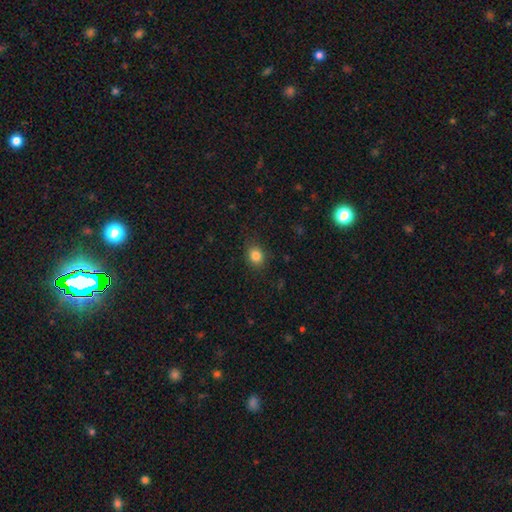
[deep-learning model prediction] Morphology: type=smooth (84%); roundness=round (57%); merging=none (85%).